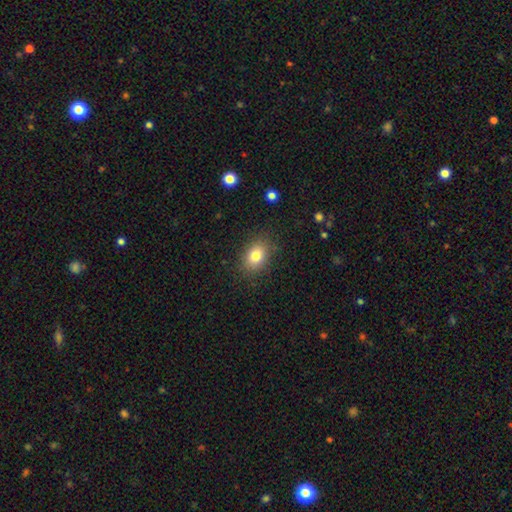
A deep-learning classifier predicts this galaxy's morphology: This is clearly a smooth galaxy (81%). How rounded: likely in between (76%). Merging: clearly none (85%).